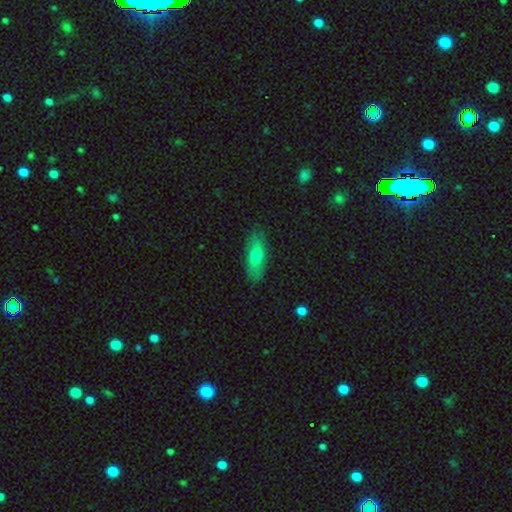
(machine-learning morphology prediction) A smooth galaxy with no disk features (68%) that is in between round and cigar-shaped (68%). Merging: none (86%).